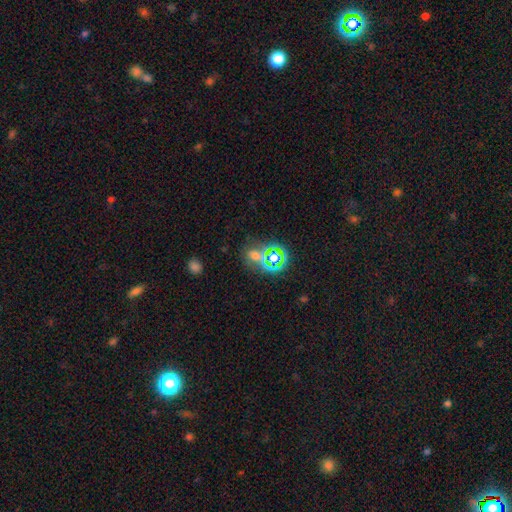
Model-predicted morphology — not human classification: Smooth or featured?
  - star or artifact: 49% *
  - smooth: 38%
  - featured or disk: 12%